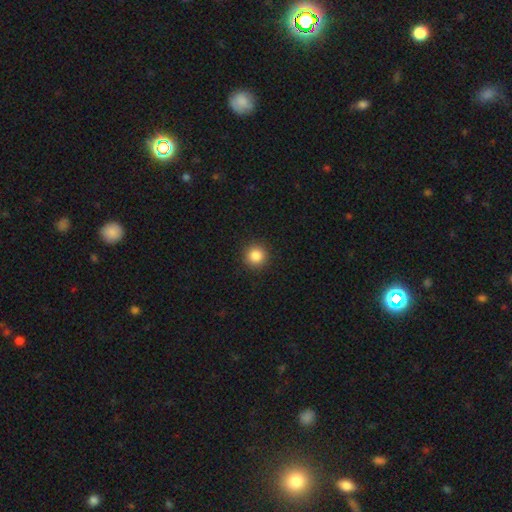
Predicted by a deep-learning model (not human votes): Overall: smooth (85%). How rounded: round (95%). Merging: none (92%).